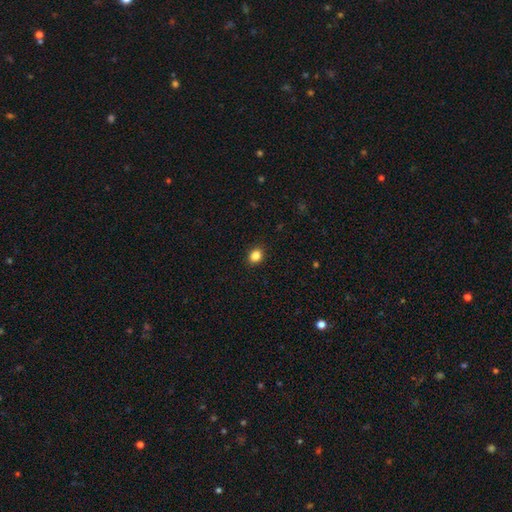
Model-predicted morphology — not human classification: Q: Smooth or featured?
A: smooth (86%); runner-up: star or artifact (10%)
Q: How rounded?
A: round (57%); runner-up: in between (42%)
Q: Merging?
A: none (90%); runner-up: minor disturbance (7%)